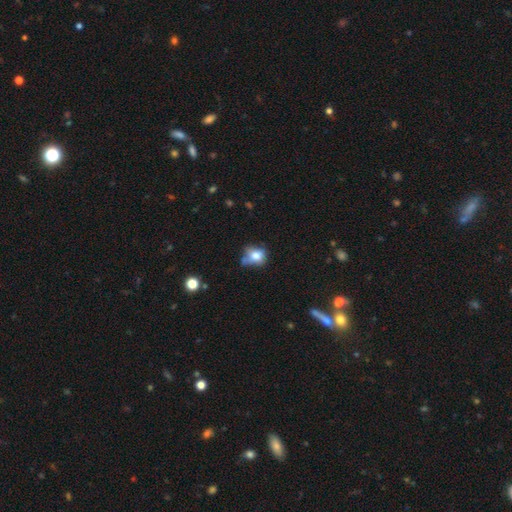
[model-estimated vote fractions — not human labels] This appears to be a smooth galaxy with no disk features (71%) that is round (61%). Merging: none (41%).